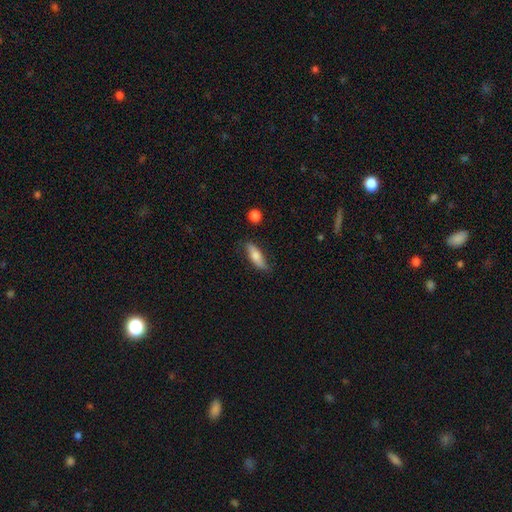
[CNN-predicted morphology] smooth-or-featured: smooth: 72% | featured or disk: 22% | star or artifact: 7%
  how-rounded: in between: 55% | cigar-shaped: 43% | round: 3%
  merging: none: 77% | minor disturbance: 18% | major disturbance: 3% | merger: 2%